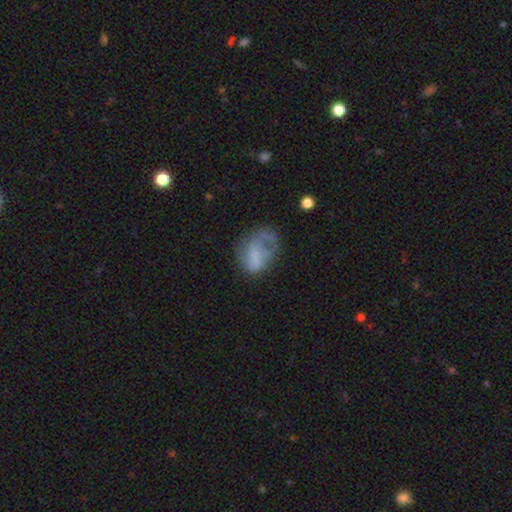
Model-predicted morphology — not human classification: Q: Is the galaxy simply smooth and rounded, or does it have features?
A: smooth — 47%.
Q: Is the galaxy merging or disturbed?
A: major disturbance — 39%.